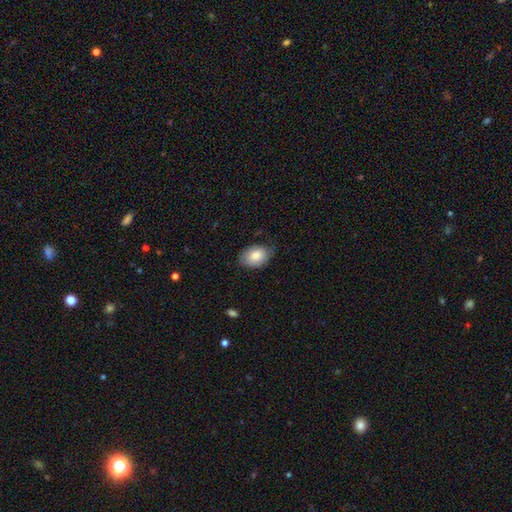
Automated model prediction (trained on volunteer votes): Smooth or featured? Predicted: smooth (p=0.81). How rounded? Predicted: in between (p=0.78). Merging? Predicted: none (p=0.71).